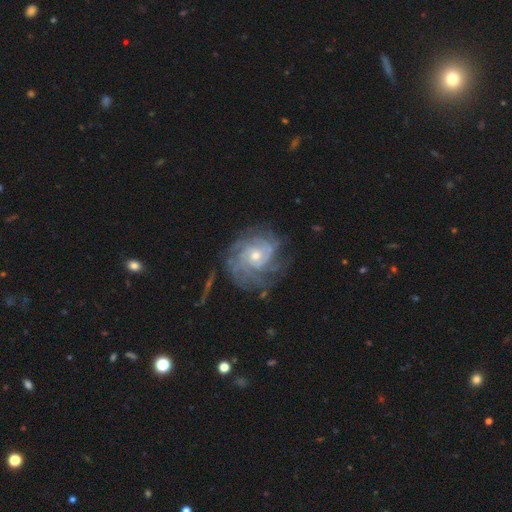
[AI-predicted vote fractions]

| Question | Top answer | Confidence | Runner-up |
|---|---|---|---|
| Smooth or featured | featured or disk | 87% | smooth (6%) |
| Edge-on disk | no | 97% | yes (3%) |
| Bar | no | 73% | weak (22%) |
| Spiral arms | yes | 97% | no (3%) |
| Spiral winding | tight | 69% | medium (25%) |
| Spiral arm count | can't tell | 33% | 4 (21%) |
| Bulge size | moderate | 49% | small (47%) |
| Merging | none | 72% | minor disturbance (17%) |